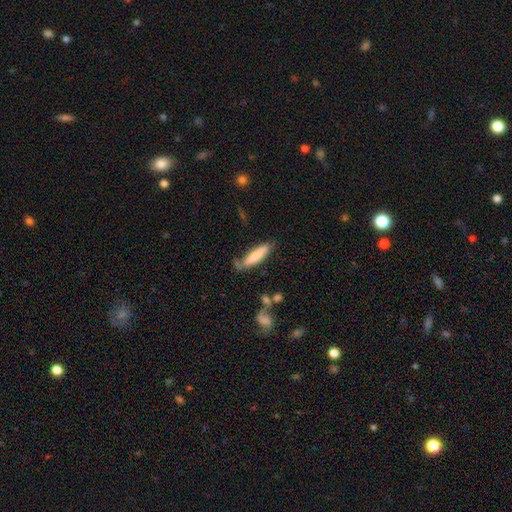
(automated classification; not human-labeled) The model was most divided on "merging": none: 69%, minor disturbance: 20%, merger: 6%, major disturbance: 5%. More confident: smooth or featured — smooth (78%); how rounded — cigar-shaped (75%).